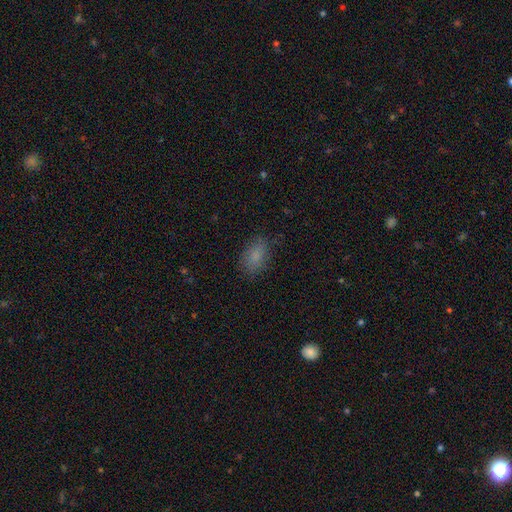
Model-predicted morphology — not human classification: Smooth or featured? Predicted: smooth (p=0.82). How rounded? Predicted: in between (p=0.89). Merging? Predicted: none (p=0.78).